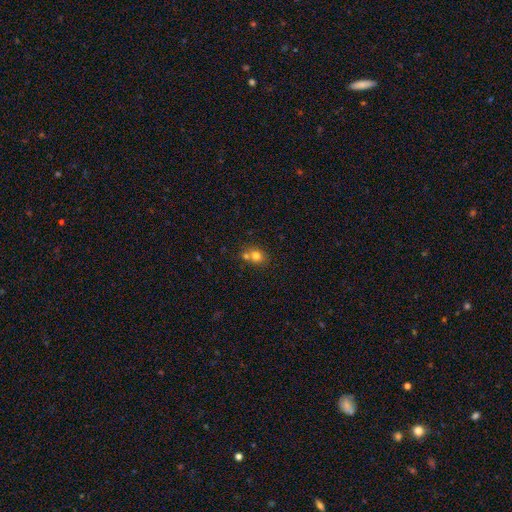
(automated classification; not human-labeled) A smooth galaxy with no disk features (76%) that is round (67%).

Vote fractions:
- Smooth or featured? smooth: 76% / star or artifact: 12% / featured or disk: 12%
- How rounded? round: 67% / in between: 33% / cigar-shaped: 1%
- Merging? none: 51% / merger: 36% / minor disturbance: 10% / major disturbance: 3%